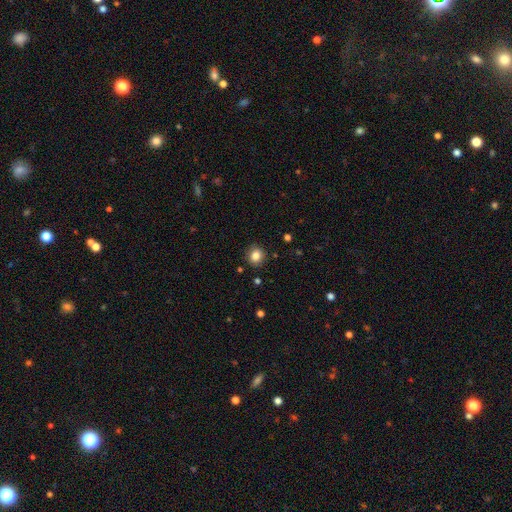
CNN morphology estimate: Overall: smooth (84%). How rounded: round (83%). Merging: none (89%).